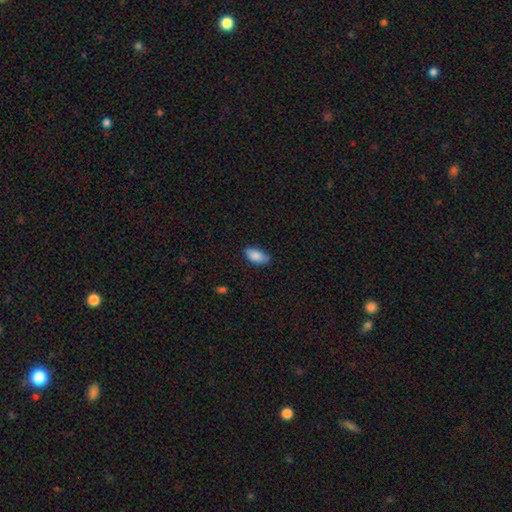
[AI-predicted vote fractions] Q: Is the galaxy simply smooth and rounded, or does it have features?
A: smooth — 86%.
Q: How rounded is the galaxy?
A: in between — 91%.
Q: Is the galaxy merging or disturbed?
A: none — 72%.